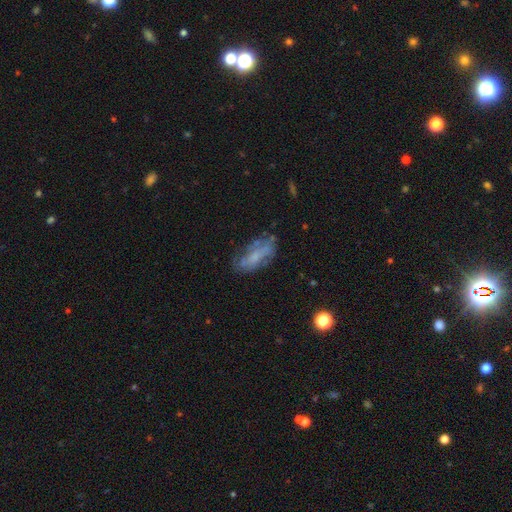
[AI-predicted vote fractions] Overall: featured or disk (50%; smooth 40%). Edge-on disk: no (88%). Merging: none (55%; minor disturbance 26%).